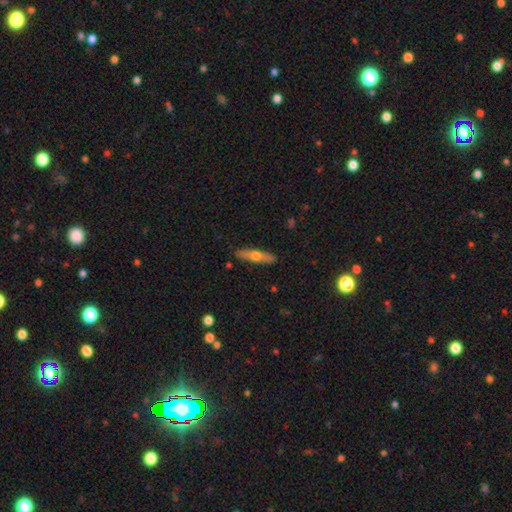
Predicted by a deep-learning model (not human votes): A featured or disk galaxy (47%, tied with smooth).

Vote fractions:
- Smooth or featured? featured or disk: 47% (tied) / smooth: 47% (tied) / star or artifact: 6%
- Merging? none: 88% / minor disturbance: 9% / major disturbance: 2% / merger: 1%